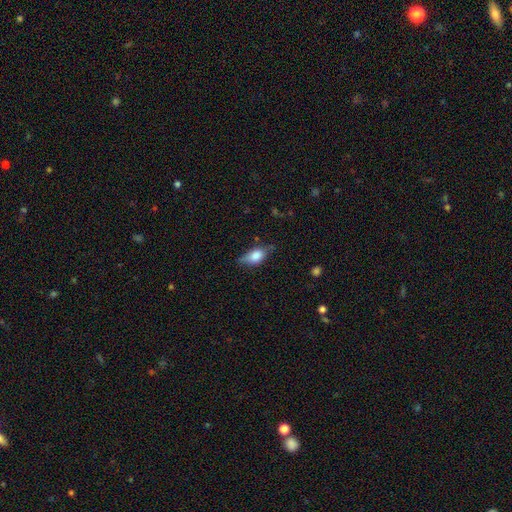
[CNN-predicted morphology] Smooth or featured?
  - smooth: 73% *
  - featured or disk: 20%
  - star or artifact: 8%
How rounded?
  - in between: 83% *
  - cigar-shaped: 9%
  - round: 8%
Merging?
  - none: 57% *
  - minor disturbance: 32%
  - major disturbance: 8%
  - merger: 2%